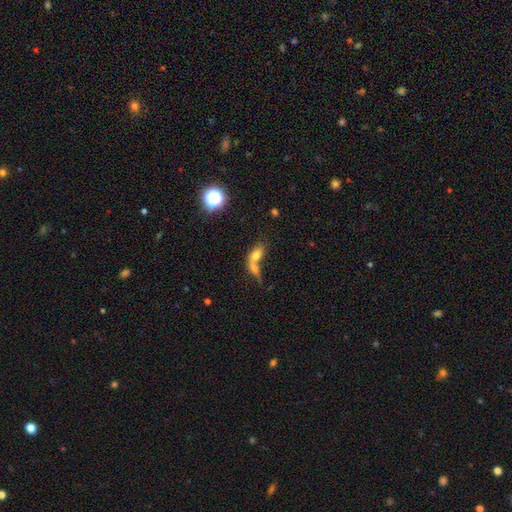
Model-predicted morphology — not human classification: Smooth or featured? smooth (63%)
How rounded? in between (73%)
Merging? merger (70%)